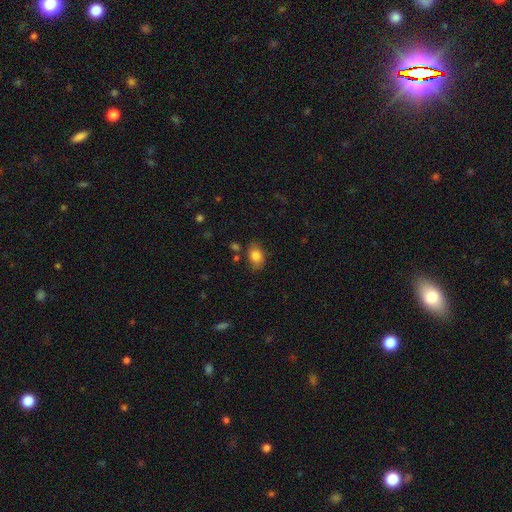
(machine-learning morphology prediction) smooth 83%, star or artifact 9%, featured or disk 8%. Down the decision tree: how rounded — in between (77%); merging — none (76%).